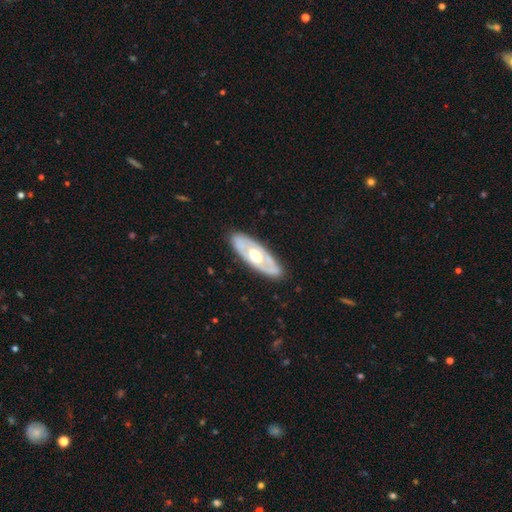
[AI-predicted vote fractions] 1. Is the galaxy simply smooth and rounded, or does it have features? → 65% featured or disk, 31% smooth, 5% star or artifact.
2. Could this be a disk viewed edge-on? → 75% no, 25% yes.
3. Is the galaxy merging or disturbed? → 85% none, 11% minor disturbance, 3% major disturbance, 1% merger.